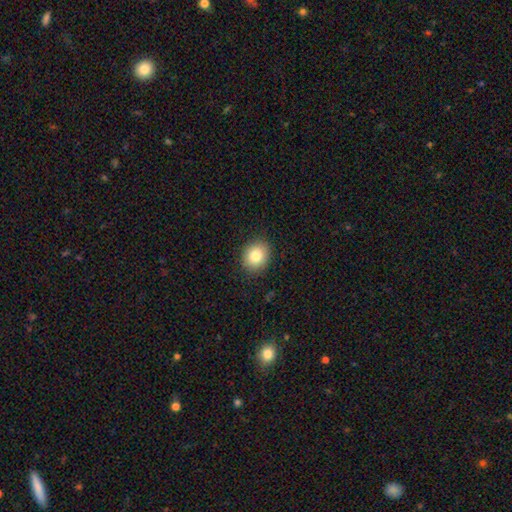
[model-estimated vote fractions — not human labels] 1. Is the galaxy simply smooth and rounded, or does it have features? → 82% smooth, 9% star or artifact, 8% featured or disk.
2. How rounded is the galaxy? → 60% round, 40% in between, 1% cigar-shaped.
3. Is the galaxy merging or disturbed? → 88% none, 8% minor disturbance, 2% major disturbance, 1% merger.